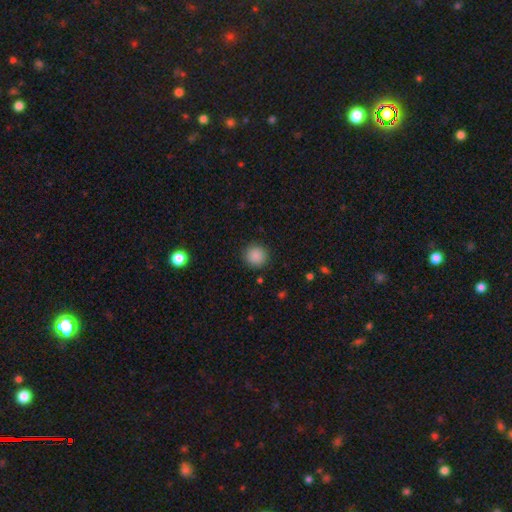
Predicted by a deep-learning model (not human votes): This is clearly a smooth galaxy (88%). How rounded: clearly round (94%). Merging: clearly none (91%).